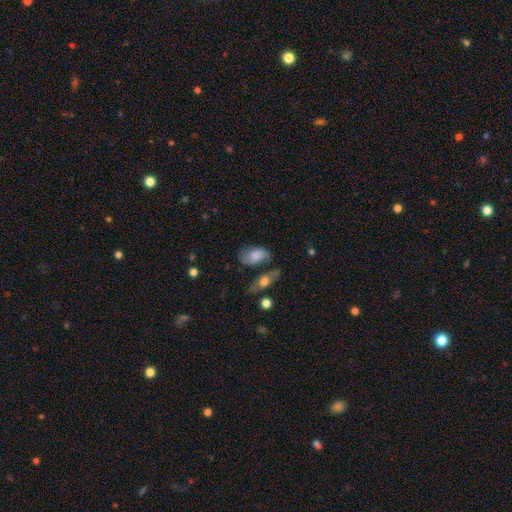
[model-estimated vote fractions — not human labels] Smooth or featured? smooth (58%)
How rounded? in between (88%)
Merging? none (47%)